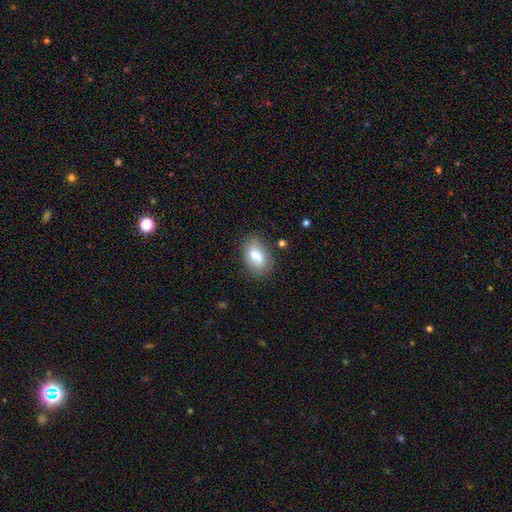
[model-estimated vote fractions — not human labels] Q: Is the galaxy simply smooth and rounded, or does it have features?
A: smooth — 72%.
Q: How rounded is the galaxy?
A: in between — 85%.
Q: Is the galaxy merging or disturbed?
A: none — 71%.